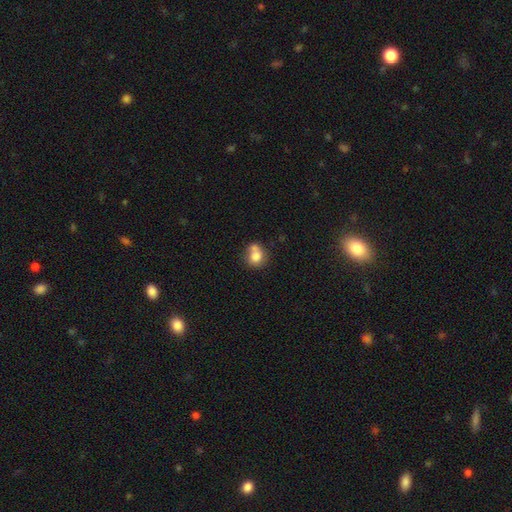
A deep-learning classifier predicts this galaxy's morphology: smooth_or_featured: smooth (p=0.76) [alt: featured or disk p=0.14]
how_rounded: round (p=0.72) [alt: in between p=0.27]
merging: merger (p=0.40) [tied with: none p=0.40]